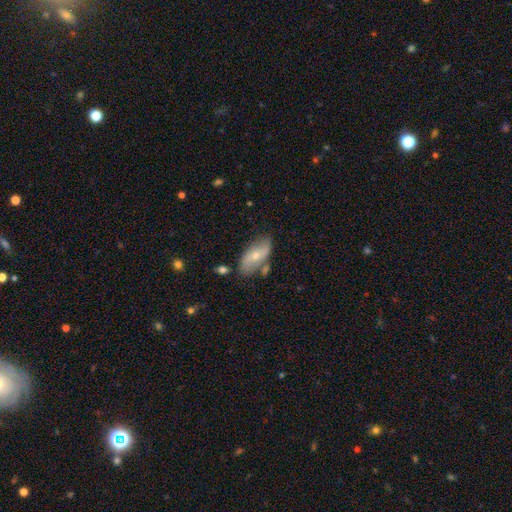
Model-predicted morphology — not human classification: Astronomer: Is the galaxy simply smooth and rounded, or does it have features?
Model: featured or disk — 54% (runner-up: smooth, 39%).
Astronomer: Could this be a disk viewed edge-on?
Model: no — 87%.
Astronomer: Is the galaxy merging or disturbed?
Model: none — 64%.